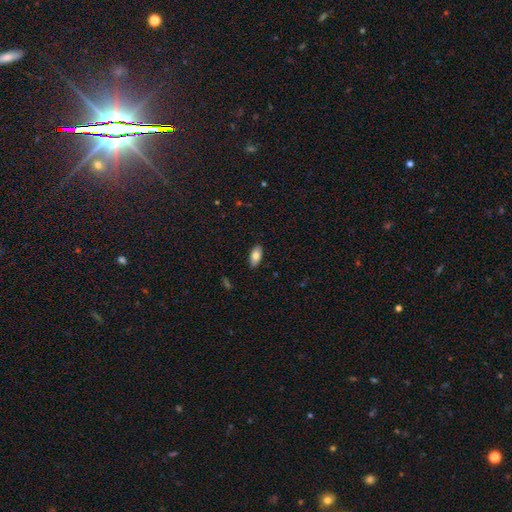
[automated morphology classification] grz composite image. It shows a smooth galaxy with no disk features (79%) that is in between round and cigar-shaped (92%). Merging: none (88%).